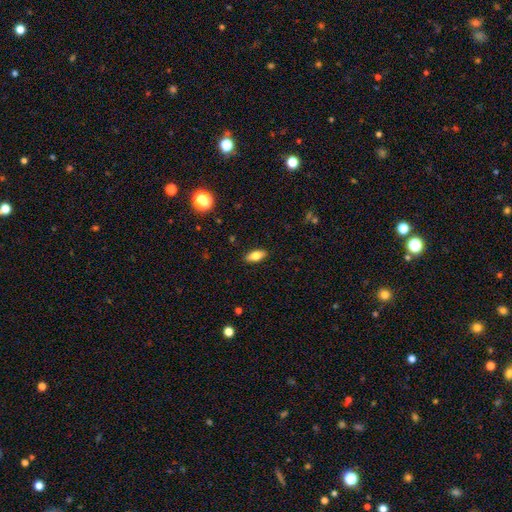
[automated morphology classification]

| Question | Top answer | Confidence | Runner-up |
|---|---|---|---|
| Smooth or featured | smooth | 73% | featured or disk (19%) |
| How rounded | in between | 82% | cigar-shaped (15%) |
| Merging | none | 89% | minor disturbance (8%) |